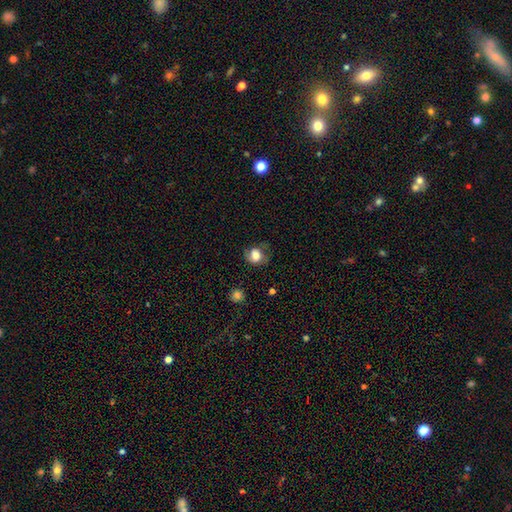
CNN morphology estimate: A smooth galaxy with no disk features (73%) that is round (64%).

Vote fractions:
- Smooth or featured? smooth: 73% / featured or disk: 18% / star or artifact: 9%
- How rounded? round: 64% / in between: 36% / cigar-shaped: 1%
- Merging? none: 59% / minor disturbance: 26% / major disturbance: 13% / merger: 2%